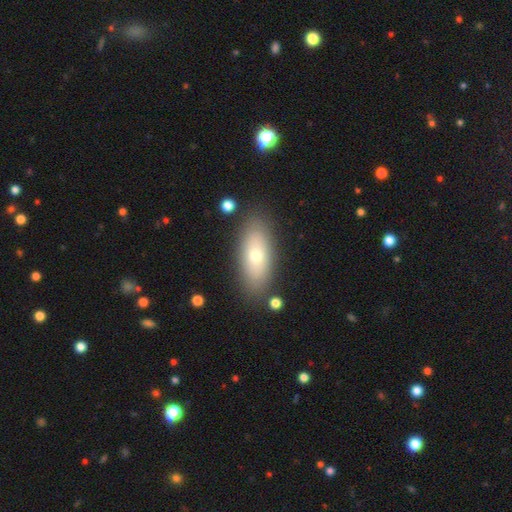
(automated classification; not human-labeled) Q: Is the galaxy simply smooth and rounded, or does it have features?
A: smooth — 68%.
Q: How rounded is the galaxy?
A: in between — 81%.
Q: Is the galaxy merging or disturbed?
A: none — 83%.